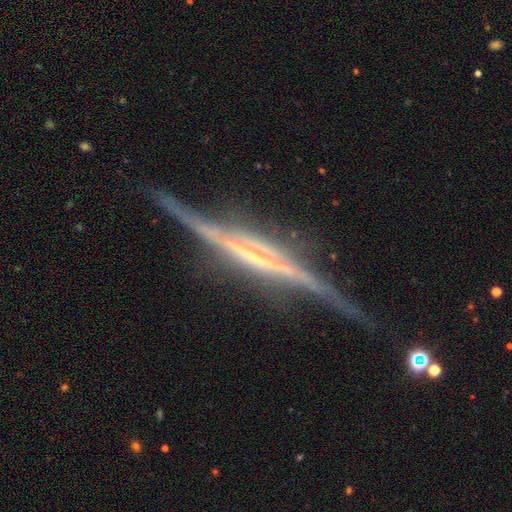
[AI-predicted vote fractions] featured or disk 88%, smooth 6%, star or artifact 6%. Down the decision tree: edge-on disk — yes (97%); edge-on bulge — none (40%); merging — none (77%).